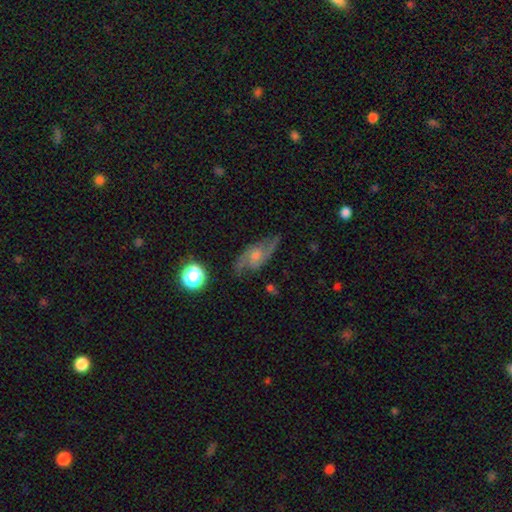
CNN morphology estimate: This appears to be a featured or disk galaxy (76%) with no bar (60%), 2 (88%) loose (49%) spiral arms (93%) and a small central bulge (49%). Merging: none (72%).